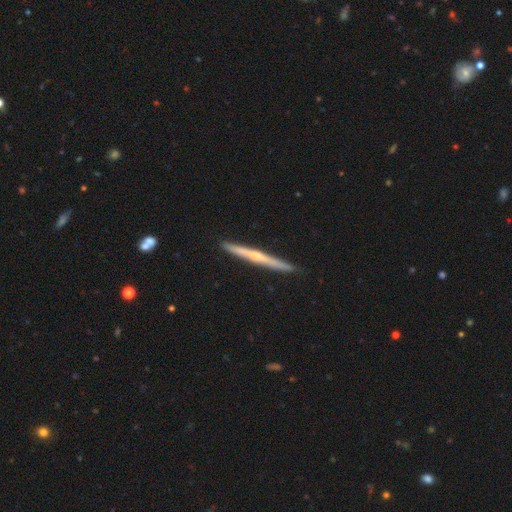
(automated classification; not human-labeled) Smooth or featured?
  - featured or disk: 66% *
  - smooth: 28%
  - star or artifact: 5%
Edge-on disk?
  - yes: 98% *
  - no: 2%
Edge-on bulge?
  - rounded: 55% *
  - none: 40%
  - boxy: 5%
Merging?
  - none: 91% *
  - minor disturbance: 6%
  - merger: 1%
  - major disturbance: 1%